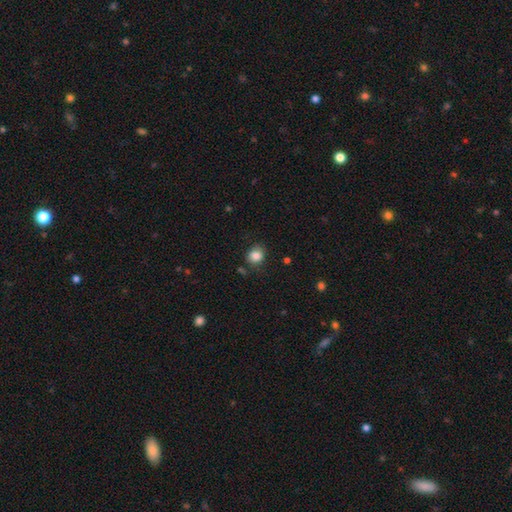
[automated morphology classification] smooth_or_featured: smooth (p=0.85) [alt: star or artifact p=0.10]
how_rounded: round (p=0.68) [alt: in between p=0.31]
merging: none (p=0.75) [alt: minor disturbance p=0.17]